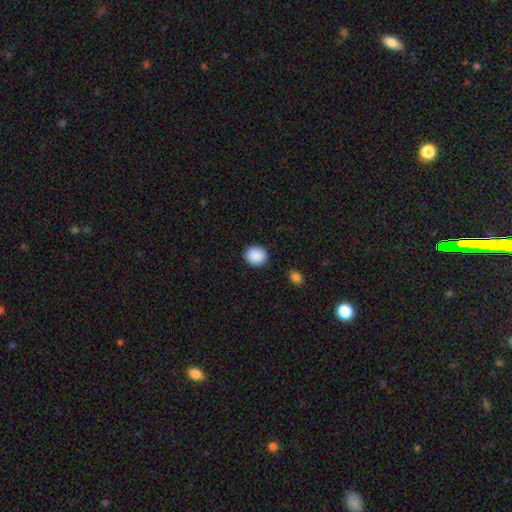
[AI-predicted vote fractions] This is clearly a smooth galaxy (90%). How rounded: clearly round (82%). Merging: clearly none (90%).